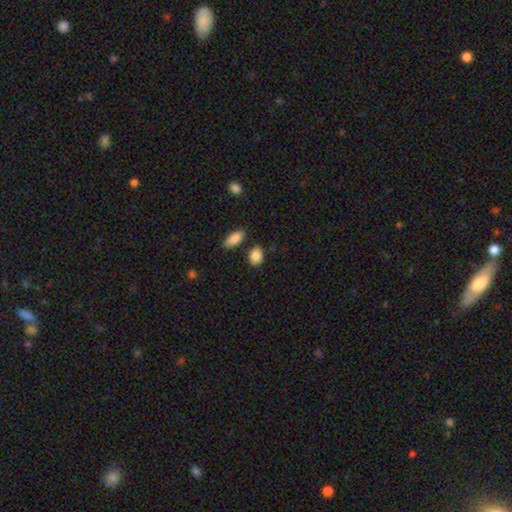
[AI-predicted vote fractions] A smooth galaxy with no disk features (88%) that is in between round and cigar-shaped (77%). Merging: none (79%).